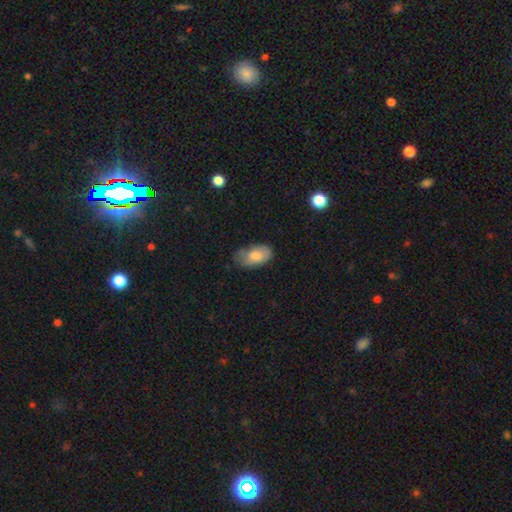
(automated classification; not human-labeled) Smooth or featured?
  - smooth: 77% *
  - featured or disk: 16%
  - star or artifact: 7%
How rounded?
  - in between: 93% *
  - round: 5%
  - cigar-shaped: 2%
Merging?
  - none: 53% *
  - minor disturbance: 35%
  - major disturbance: 9%
  - merger: 2%